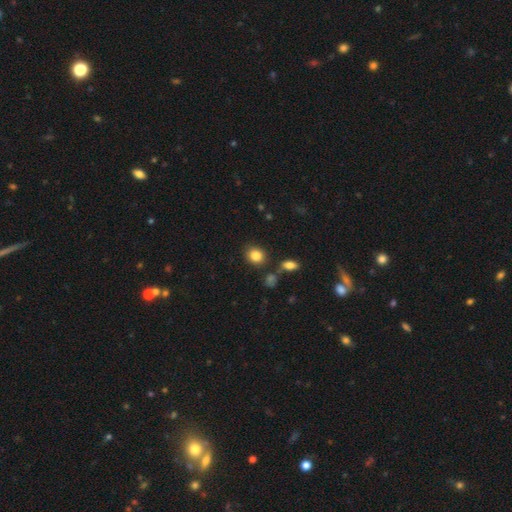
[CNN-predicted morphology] Q: Smooth or featured?
A: smooth (85%); runner-up: star or artifact (9%)
Q: How rounded?
A: round (67%); runner-up: in between (32%)
Q: Merging?
A: none (81%); runner-up: minor disturbance (10%)